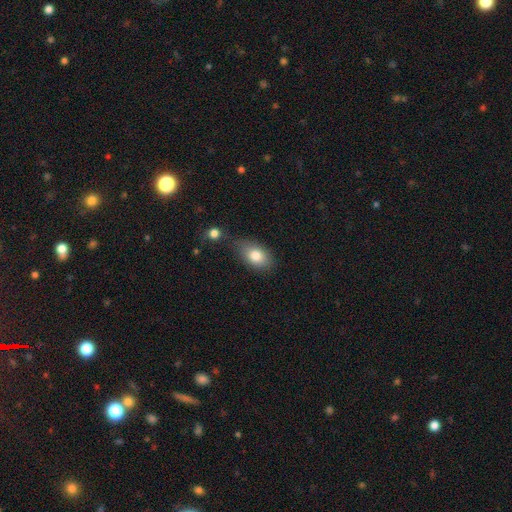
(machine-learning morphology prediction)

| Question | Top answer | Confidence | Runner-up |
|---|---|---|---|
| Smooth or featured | smooth | 81% | featured or disk (11%) |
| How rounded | in between | 86% | round (12%) |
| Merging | none | 61% | minor disturbance (21%) |